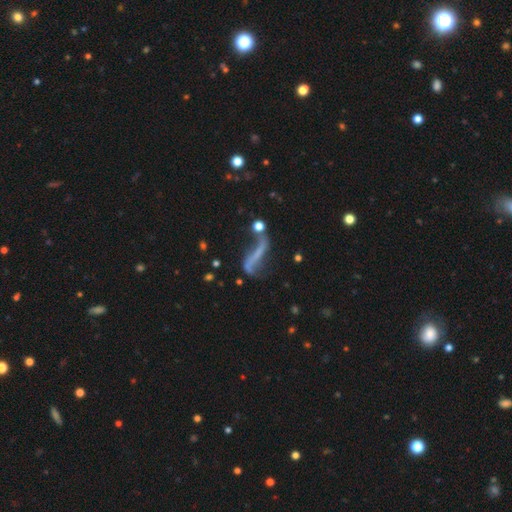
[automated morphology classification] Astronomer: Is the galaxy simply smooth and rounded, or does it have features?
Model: featured or disk — 61%.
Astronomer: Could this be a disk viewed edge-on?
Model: no — 76%.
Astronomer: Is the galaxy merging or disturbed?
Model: none — 36% (runner-up: major disturbance, 25%).